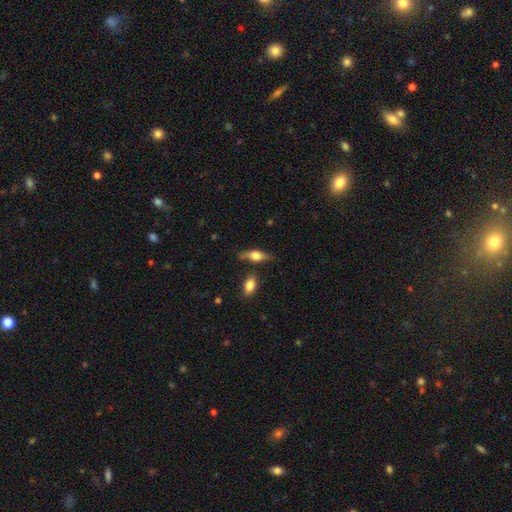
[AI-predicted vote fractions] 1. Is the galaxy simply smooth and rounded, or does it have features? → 52% smooth, 41% featured or disk, 7% star or artifact.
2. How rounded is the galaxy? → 63% in between, 32% cigar-shaped, 5% round.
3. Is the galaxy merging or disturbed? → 71% none, 18% minor disturbance, 7% merger, 5% major disturbance.